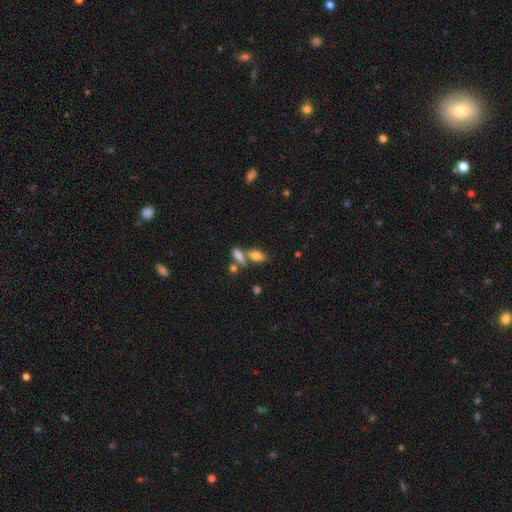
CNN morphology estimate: smooth_or_featured: smooth (p=0.79) [alt: featured or disk p=0.11]
how_rounded: in between (p=0.85) [alt: cigar-shaped p=0.09]
merging: none (p=0.47) [alt: merger p=0.37]